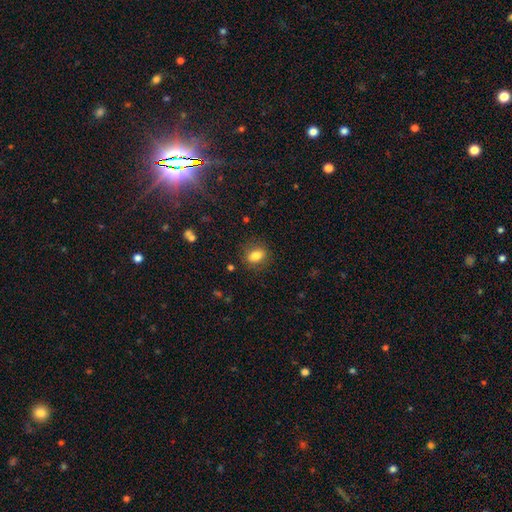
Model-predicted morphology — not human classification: smooth 82%, star or artifact 9%, featured or disk 8%. Down the decision tree: how rounded — in between (70%); merging — none (83%).